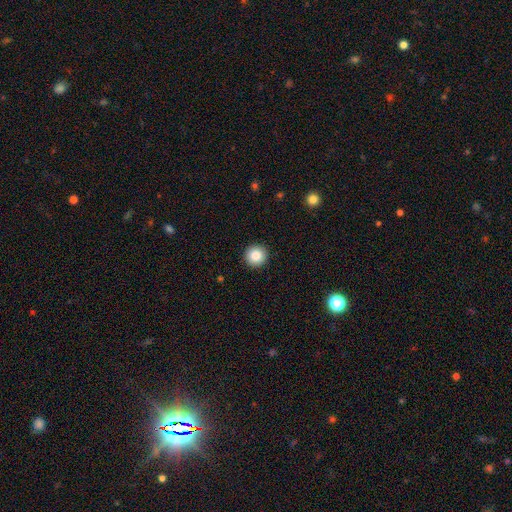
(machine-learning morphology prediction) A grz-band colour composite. It shows a smooth galaxy with no disk features (85%) that is round (95%). Merging: none (93%).